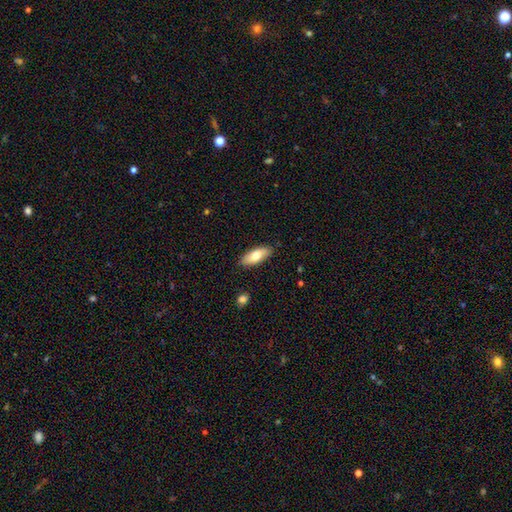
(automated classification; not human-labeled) smooth_or_featured: smooth (p=0.73) [alt: featured or disk p=0.21]
how_rounded: in between (p=0.78) [alt: cigar-shaped p=0.20]
merging: none (p=0.86) [alt: minor disturbance p=0.11]